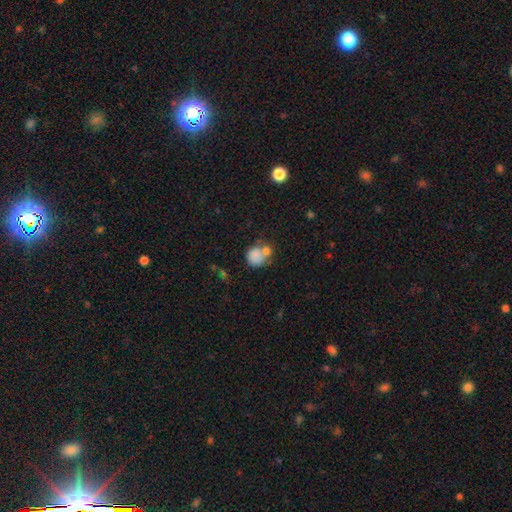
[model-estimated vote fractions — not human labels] A smooth galaxy with no disk features (79%) that is round (77%).

Vote fractions:
- Smooth or featured? smooth: 79% / featured or disk: 11% / star or artifact: 10%
- How rounded? round: 77% / in between: 22% / cigar-shaped: 1%
- Merging? merger: 42% / none: 38% / minor disturbance: 13% / major disturbance: 7%